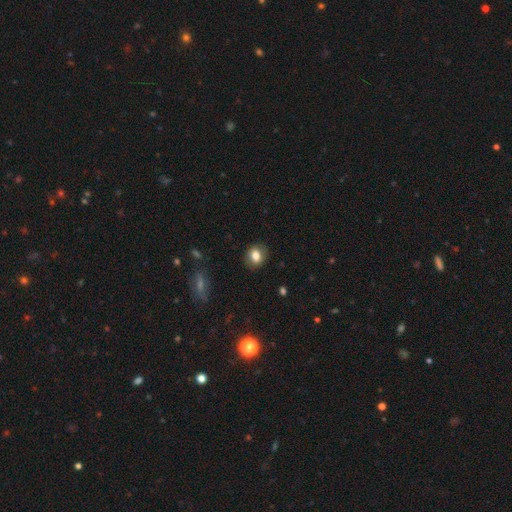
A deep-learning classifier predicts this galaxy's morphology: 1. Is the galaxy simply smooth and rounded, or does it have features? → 79% smooth, 12% featured or disk, 9% star or artifact.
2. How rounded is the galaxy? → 55% round, 43% in between, 1% cigar-shaped.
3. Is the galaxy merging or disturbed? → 85% none, 11% minor disturbance, 3% major disturbance, 1% merger.